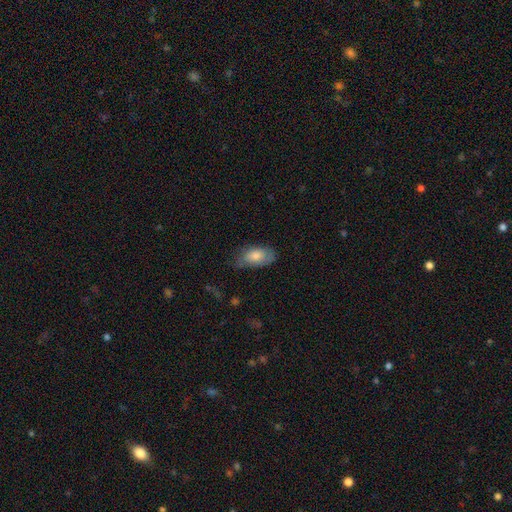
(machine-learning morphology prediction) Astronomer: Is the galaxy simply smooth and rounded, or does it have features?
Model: smooth — 73%.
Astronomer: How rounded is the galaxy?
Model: in between — 91%.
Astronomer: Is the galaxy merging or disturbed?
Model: none — 62%.